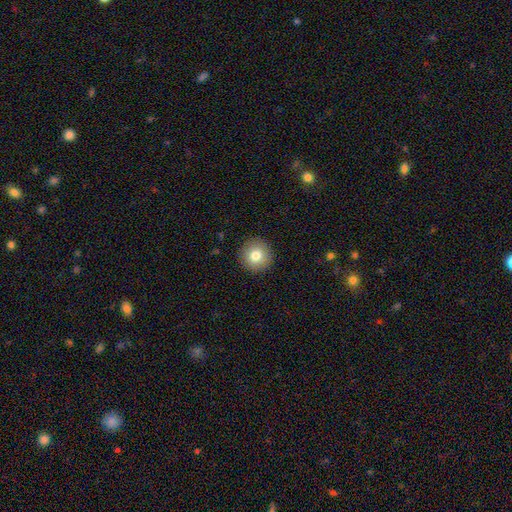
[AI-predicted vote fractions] Morphology: type=smooth (80%); roundness=round (96%); merging=none (92%).